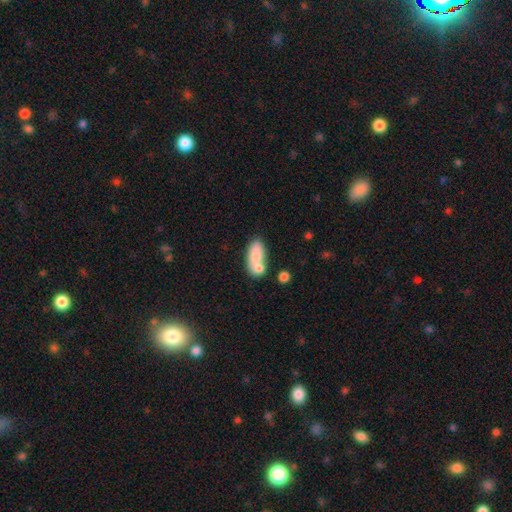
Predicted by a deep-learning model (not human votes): Overall: smooth (79%). How rounded: in between (82%). Merging: none (43%; merger 36%).